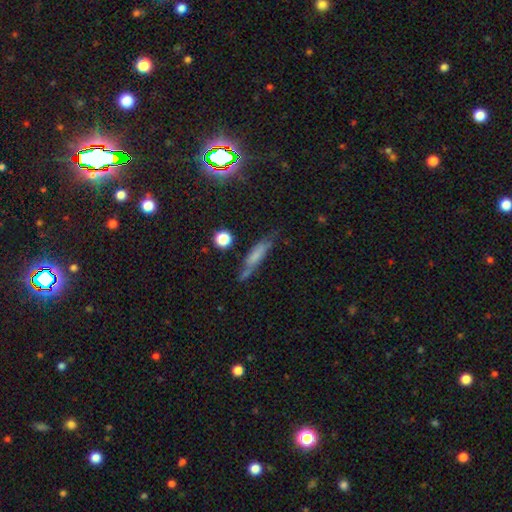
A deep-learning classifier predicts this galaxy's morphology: type=smooth (56%); roundness=cigar-shaped (77%); merging=none (60%).